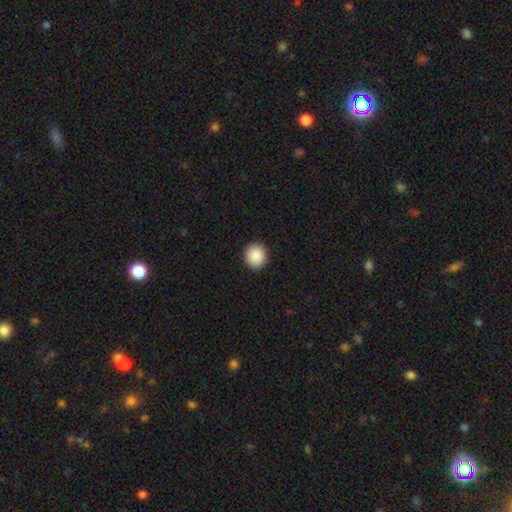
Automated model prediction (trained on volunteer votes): Overall: smooth (89%). How rounded: round (92%). Merging: none (92%).